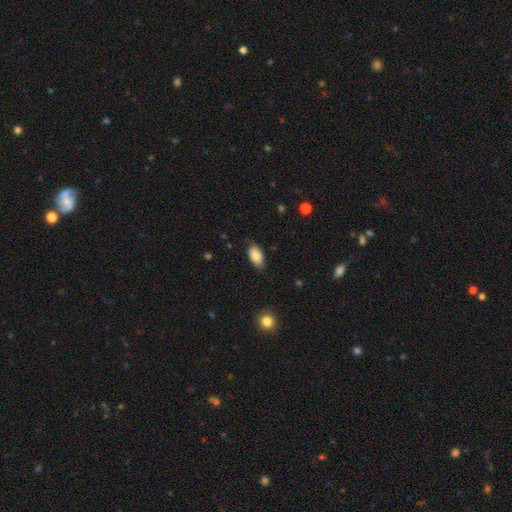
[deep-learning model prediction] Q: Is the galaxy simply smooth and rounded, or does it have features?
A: smooth — 85%.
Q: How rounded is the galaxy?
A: in between — 94%.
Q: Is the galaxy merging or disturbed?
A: none — 83%.